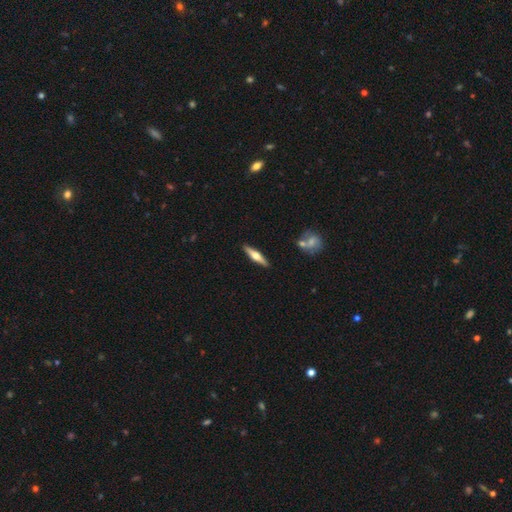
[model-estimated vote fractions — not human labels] The model was most divided on "smooth or featured": featured or disk: 61%, smooth: 34%, star or artifact: 5%. More confident: edge-on disk — yes (96%); edge-on bulge — rounded (93%); merging — none (89%).